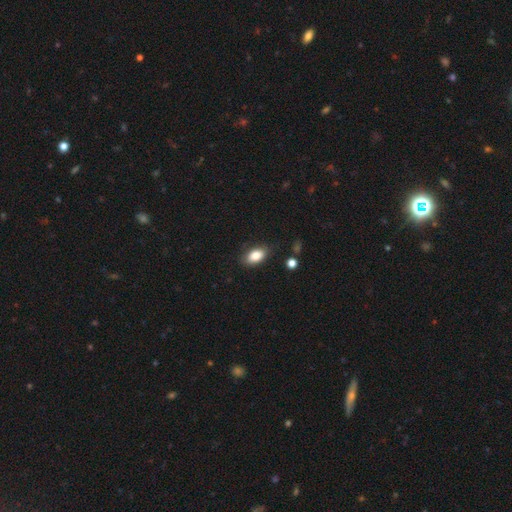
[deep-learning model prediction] Smooth or featured: smooth — 84% (featured or disk — 8%)
How rounded: in between — 90% (round — 7%)
Merging: none — 83% (minor disturbance — 12%)